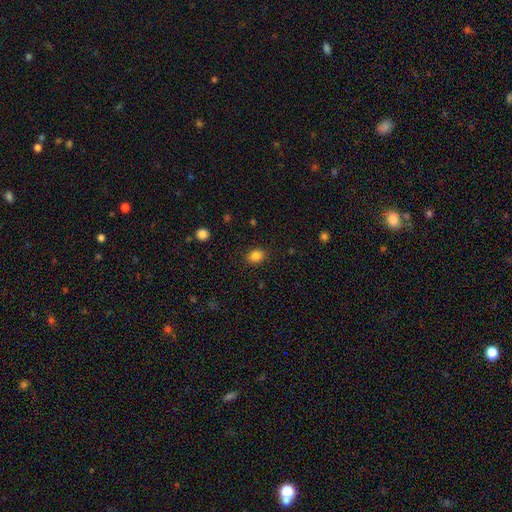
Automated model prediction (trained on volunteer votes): smooth_or_featured: smooth (p=0.85) [alt: star or artifact p=0.11]
how_rounded: in between (p=0.53) [alt: round p=0.46]
merging: none (p=0.87) [alt: minor disturbance p=0.09]